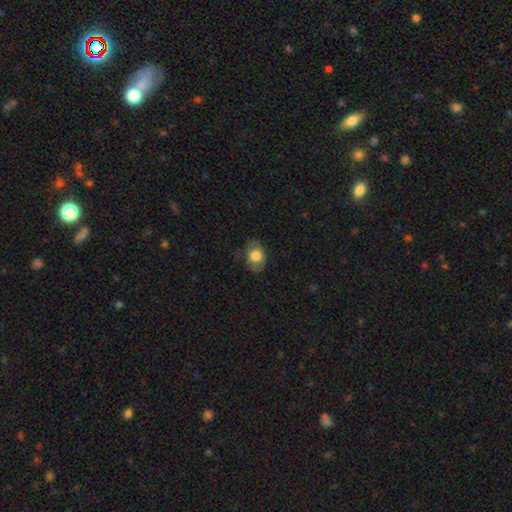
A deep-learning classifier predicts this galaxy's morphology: The model was most divided on "how rounded": in between: 71%, round: 28%, cigar-shaped: 1%. More confident: merging — none (77%); smooth or featured — smooth (76%).